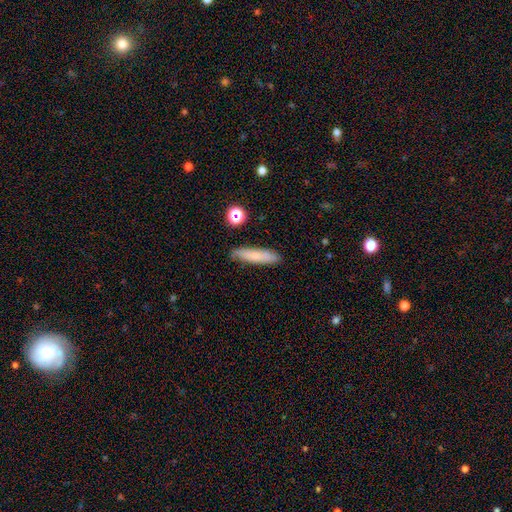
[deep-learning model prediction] Smooth or featured: smooth — 75% (featured or disk — 17%)
How rounded: cigar-shaped — 82% (in between — 17%)
Merging: none — 83% (minor disturbance — 12%)